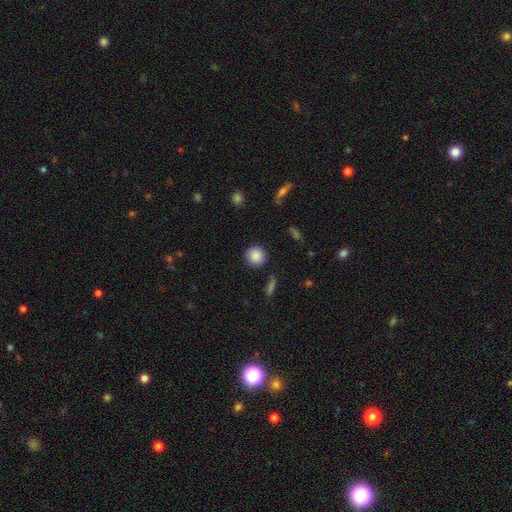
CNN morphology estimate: This is clearly a smooth galaxy (87%). How rounded: clearly round (92%). Merging: clearly none (88%).